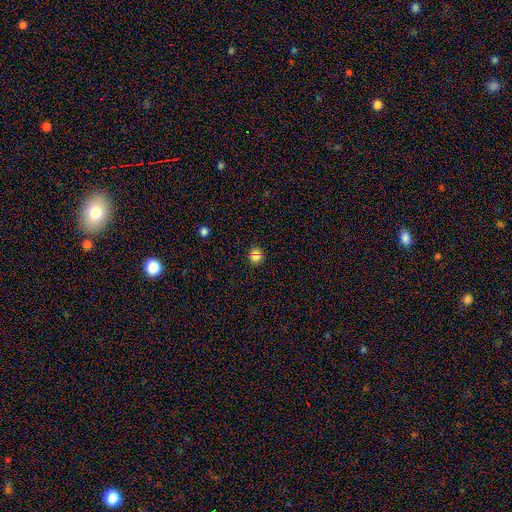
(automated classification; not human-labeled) Smooth or featured: smooth — 82% (star or artifact — 12%)
How rounded: round — 82% (in between — 17%)
Merging: none — 82% (minor disturbance — 14%)